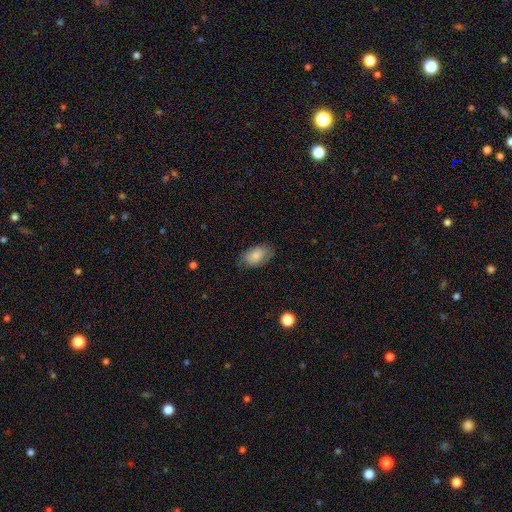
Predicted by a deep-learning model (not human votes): Q: Smooth or featured?
A: smooth (82%); runner-up: featured or disk (11%)
Q: How rounded?
A: in between (92%); runner-up: round (7%)
Q: Merging?
A: none (76%); runner-up: minor disturbance (19%)